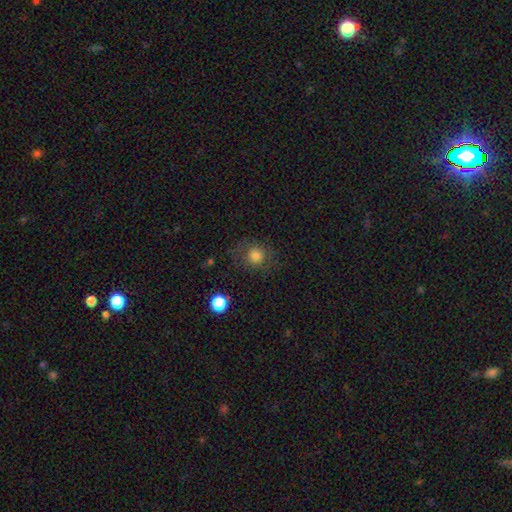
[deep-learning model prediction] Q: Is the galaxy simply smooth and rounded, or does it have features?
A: smooth — 75%.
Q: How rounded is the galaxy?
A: round — 86%.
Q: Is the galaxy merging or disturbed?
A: none — 75%.